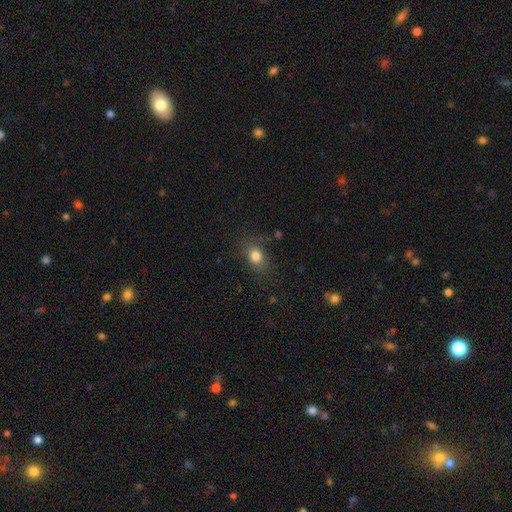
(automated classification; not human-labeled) smooth 80%, star or artifact 12%, featured or disk 8%. Down the decision tree: how rounded — in between (57%); merging — none (77%).